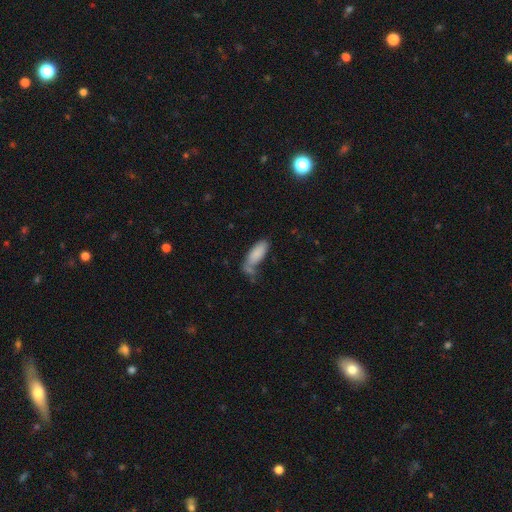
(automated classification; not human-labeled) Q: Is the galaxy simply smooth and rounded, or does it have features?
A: smooth — 83%.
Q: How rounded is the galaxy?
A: in between — 74%.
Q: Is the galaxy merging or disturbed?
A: none — 47%.